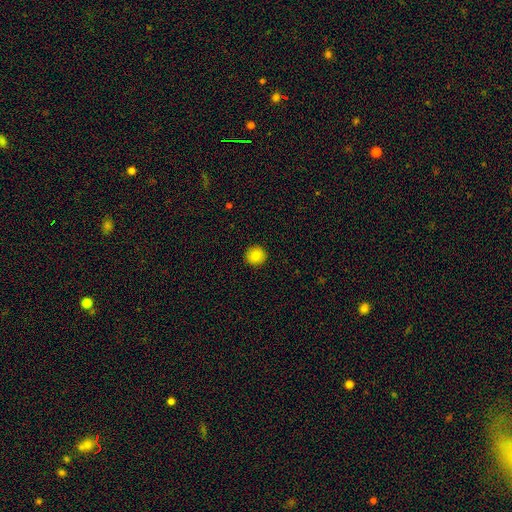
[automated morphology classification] Smooth or featured? Predicted: smooth (p=0.84). How rounded? Predicted: round (p=0.93). Merging? Predicted: none (p=0.93).